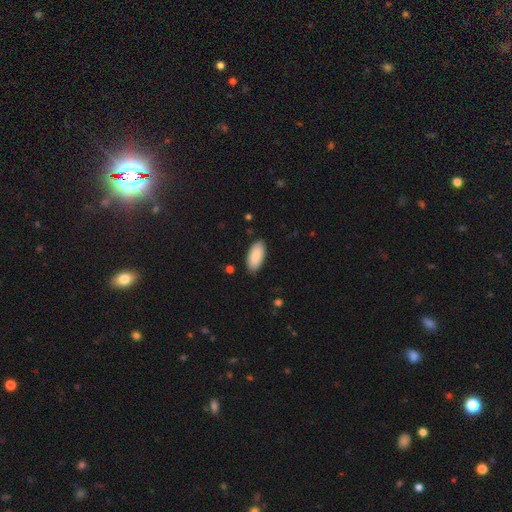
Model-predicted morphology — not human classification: smooth-or-featured: smooth: 87% | featured or disk: 8% | star or artifact: 6%
  how-rounded: in between: 93% | cigar-shaped: 6% | round: 2%
  merging: none: 87% | minor disturbance: 10% | major disturbance: 2% | merger: 1%